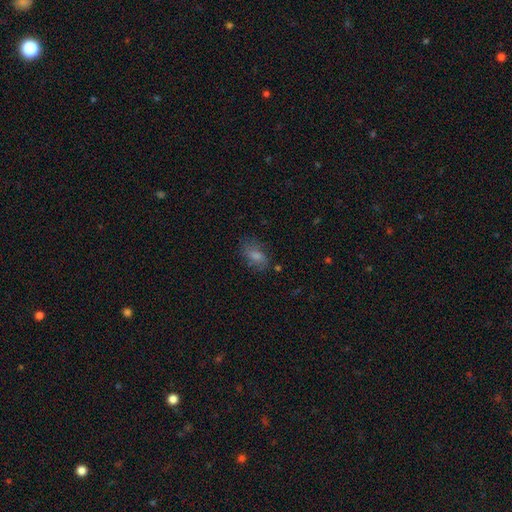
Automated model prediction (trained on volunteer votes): A smooth galaxy with no disk features (56%) that is in between round and cigar-shaped (83%).

Vote fractions:
- Smooth or featured? smooth: 56% / featured or disk: 25% / star or artifact: 19%
- How rounded? in between: 83% / round: 12% / cigar-shaped: 5%
- Merging? none: 72% / minor disturbance: 19% / major disturbance: 7% / merger: 2%